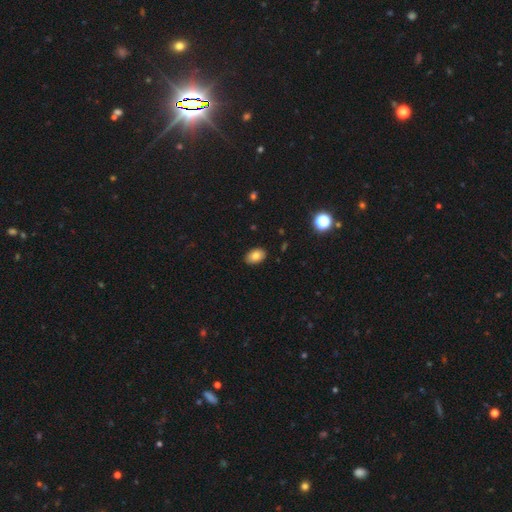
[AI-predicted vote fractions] The model was most divided on "smooth or featured": smooth: 81%, featured or disk: 9%, star or artifact: 9%. More confident: merging — none (89%); how rounded — in between (86%).